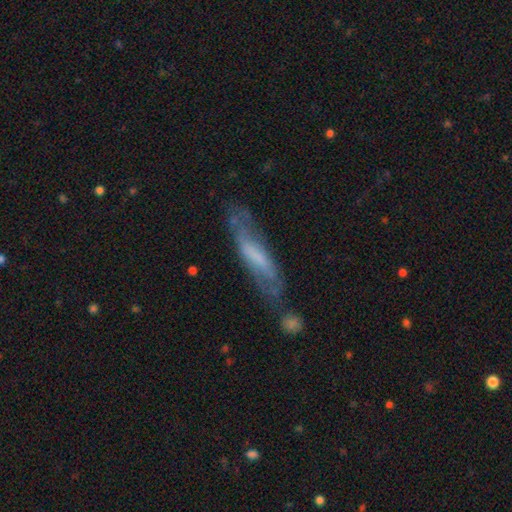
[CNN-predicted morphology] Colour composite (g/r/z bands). It shows a featured or disk galaxy (54%). Merging: none (51%).